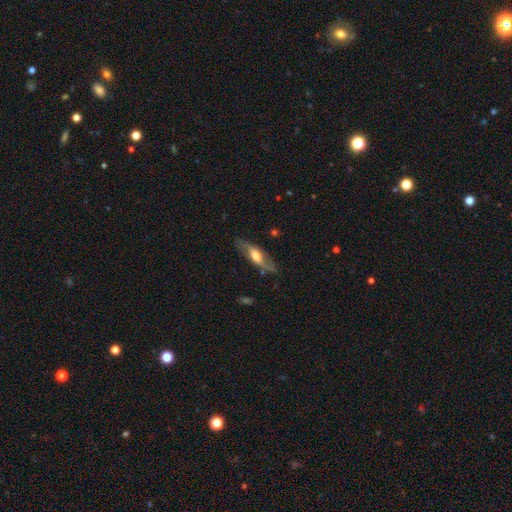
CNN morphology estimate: This is likely a featured or disk galaxy (62%). It is possibly not viewed edge-on (54%). Merging: likely none (77%).